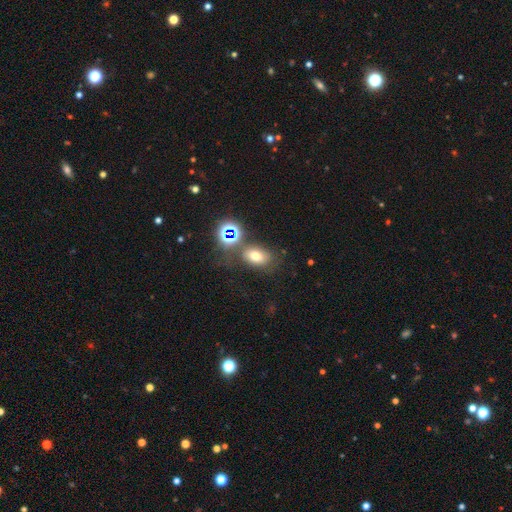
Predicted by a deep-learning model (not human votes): smooth 65%, star or artifact 22%, featured or disk 13%. Down the decision tree: how rounded — in between (77%); merging — none (63%).